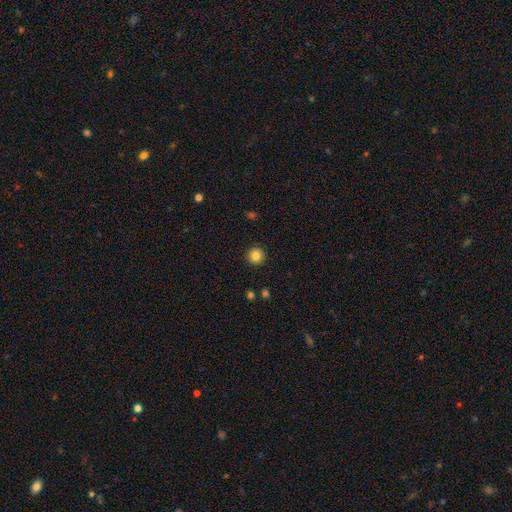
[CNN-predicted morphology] This is clearly a smooth galaxy (84%). How rounded: clearly round (95%). Merging: clearly none (93%).